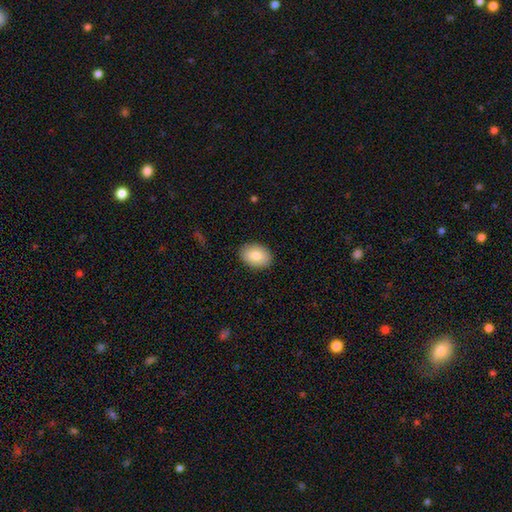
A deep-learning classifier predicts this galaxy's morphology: Smooth or featured?
  - smooth: 82% *
  - featured or disk: 11%
  - star or artifact: 7%
How rounded?
  - in between: 82% *
  - round: 17%
  - cigar-shaped: 1%
Merging?
  - none: 89% *
  - minor disturbance: 8%
  - major disturbance: 2%
  - merger: 1%